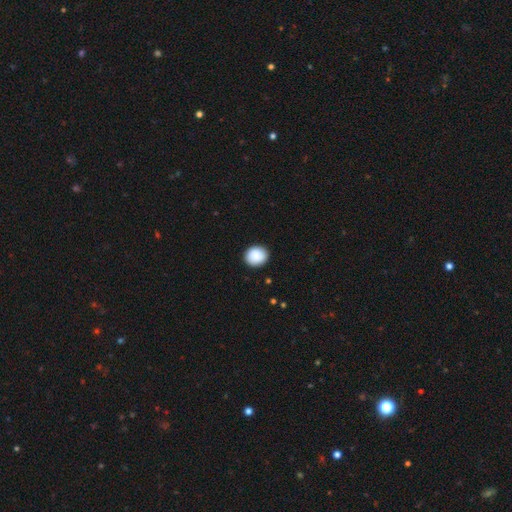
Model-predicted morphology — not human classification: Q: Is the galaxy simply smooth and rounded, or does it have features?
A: smooth — 89%.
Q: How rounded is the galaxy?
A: round — 78%.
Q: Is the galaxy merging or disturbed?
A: none — 90%.